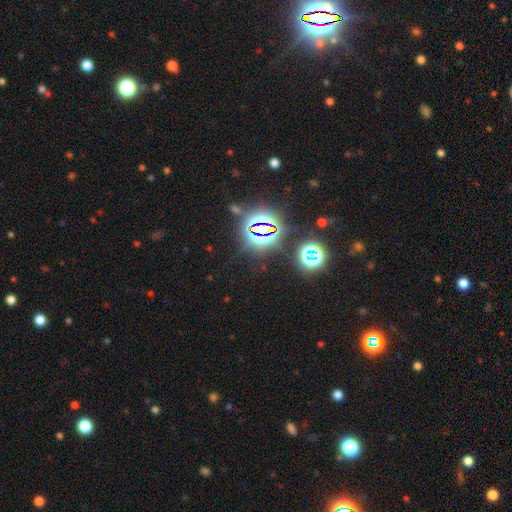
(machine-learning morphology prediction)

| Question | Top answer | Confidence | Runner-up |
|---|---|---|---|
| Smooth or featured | star or artifact | 81% | smooth (12%) |